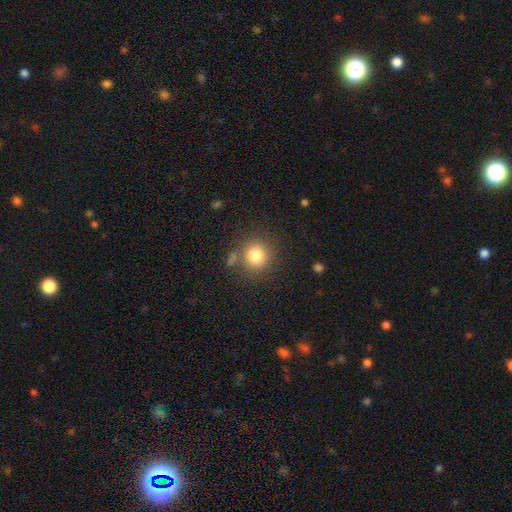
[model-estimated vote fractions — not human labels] Morphology: type=smooth (81%); roundness=round (91%); merging=none (81%).